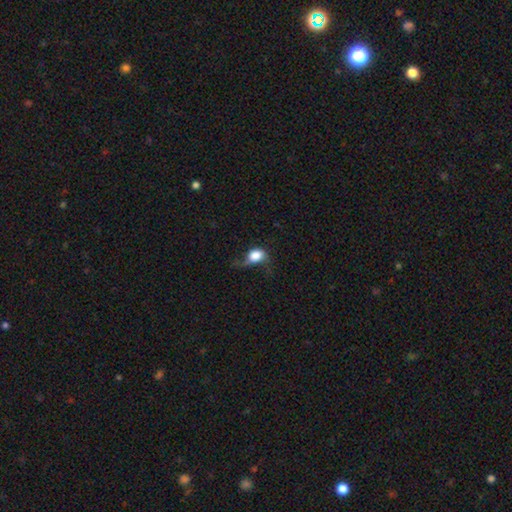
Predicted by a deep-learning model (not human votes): Smooth or featured? smooth (74%)
How rounded? in between (54%)
Merging? major disturbance (45%)